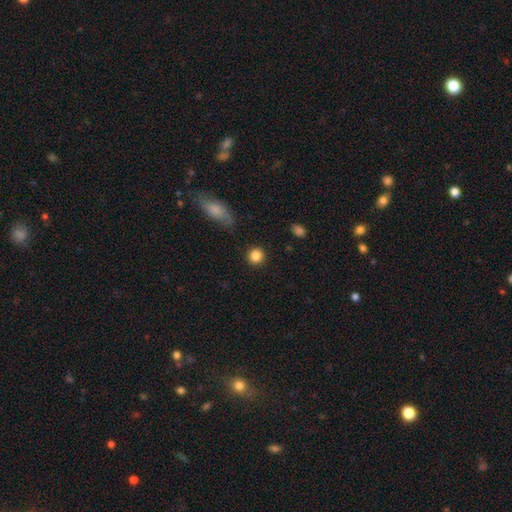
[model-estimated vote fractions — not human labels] smooth 86%, star or artifact 9%, featured or disk 4%. Down the decision tree: how rounded — round (93%); merging — none (89%).